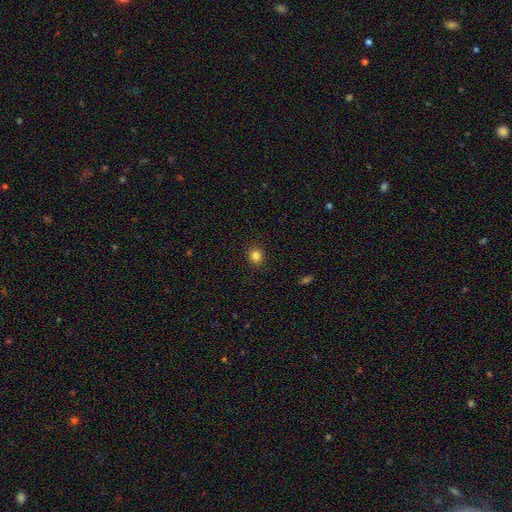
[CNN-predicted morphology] Smooth or featured? smooth (83%)
How rounded? round (85%)
Merging? none (92%)